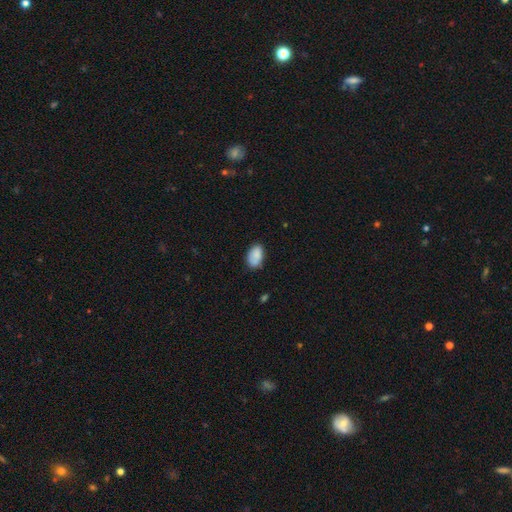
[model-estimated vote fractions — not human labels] This appears to be a smooth galaxy with no disk features (86%) that is in between round and cigar-shaped (91%). Merging: none (71%).